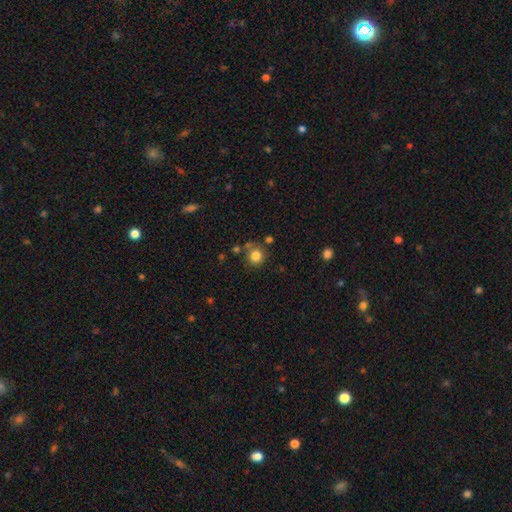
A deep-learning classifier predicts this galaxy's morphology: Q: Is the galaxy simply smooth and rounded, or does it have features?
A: smooth — 81%.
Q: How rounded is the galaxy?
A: round — 91%.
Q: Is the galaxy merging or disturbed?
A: none — 71%.